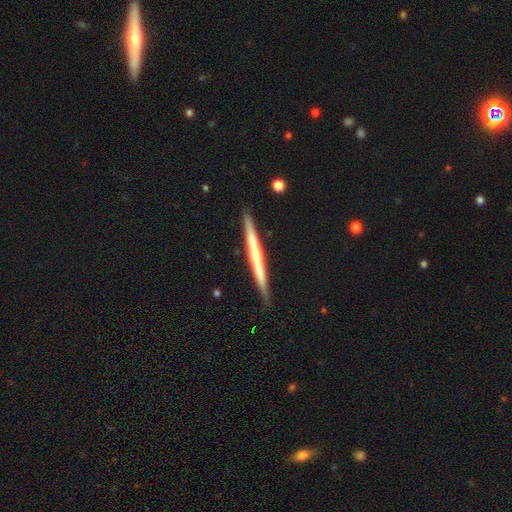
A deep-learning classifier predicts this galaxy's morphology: featured or disk 56%, smooth 38%, star or artifact 5%. Down the decision tree: edge-on disk — yes (98%); edge-on bulge — none (80%); merging — none (90%).